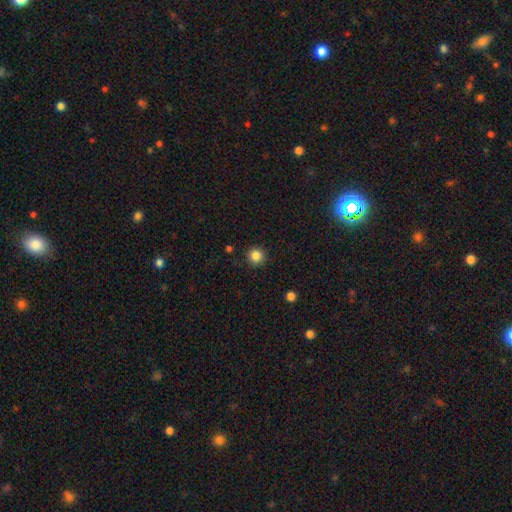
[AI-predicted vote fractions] smooth-or-featured: smooth: 84% | star or artifact: 11% | featured or disk: 4%
  how-rounded: round: 95% | in between: 4% | cigar-shaped: 1%
  merging: none: 91% | minor disturbance: 6% | major disturbance: 2% | merger: 1%